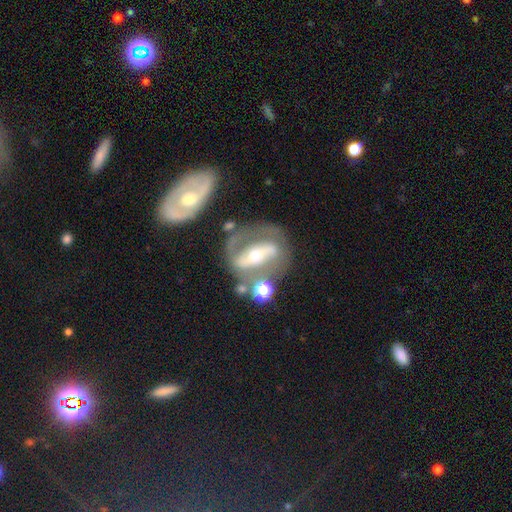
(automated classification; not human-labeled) featured or disk 82%, smooth 12%, star or artifact 6%. Down the decision tree: edge-on disk — no (91%); bar — strong (69%); spiral arms — yes (77%); spiral arm count — 2 (81%); spiral winding — medium (44%); bulge size — moderate (56%); merging — none (60%).